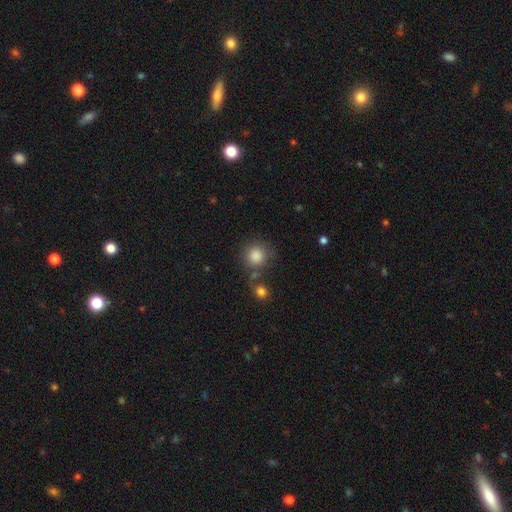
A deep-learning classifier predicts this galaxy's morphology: Q: Smooth or featured?
A: smooth (86%); runner-up: star or artifact (9%)
Q: How rounded?
A: round (90%); runner-up: in between (9%)
Q: Merging?
A: none (69%); runner-up: merger (13%)